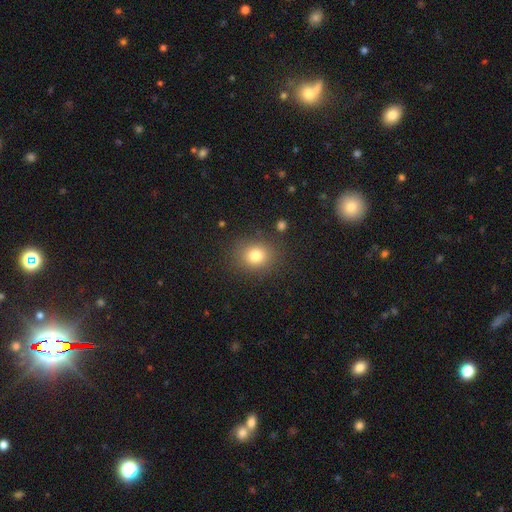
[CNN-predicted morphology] Smooth or featured?
  - smooth: 79% *
  - star or artifact: 13%
  - featured or disk: 8%
How rounded?
  - round: 72% *
  - in between: 27%
  - cigar-shaped: 1%
Merging?
  - none: 84% *
  - minor disturbance: 10%
  - major disturbance: 4%
  - merger: 2%